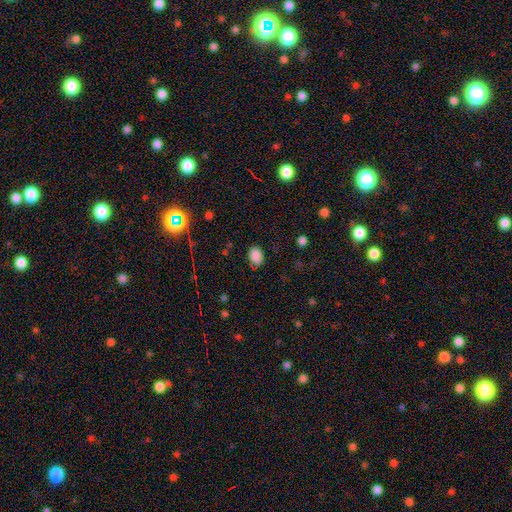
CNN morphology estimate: Smooth or featured: smooth — 85% (star or artifact — 10%)
How rounded: in between — 76% (round — 23%)
Merging: none — 78% (minor disturbance — 16%)